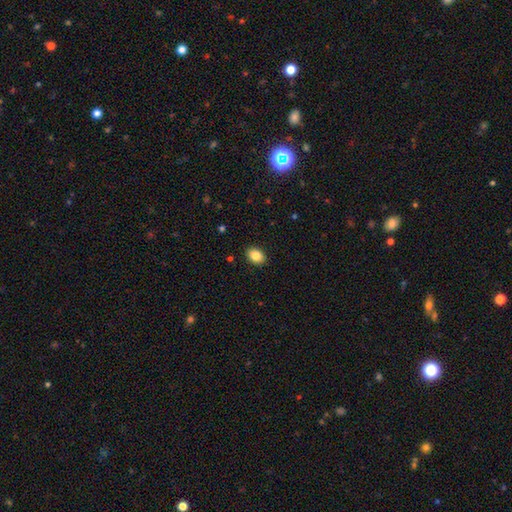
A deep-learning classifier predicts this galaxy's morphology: Smooth or featured?
  - smooth: 87% *
  - star or artifact: 8%
  - featured or disk: 5%
How rounded?
  - in between: 73% *
  - round: 26%
  - cigar-shaped: 1%
Merging?
  - none: 90% *
  - minor disturbance: 7%
  - major disturbance: 2%
  - merger: 1%